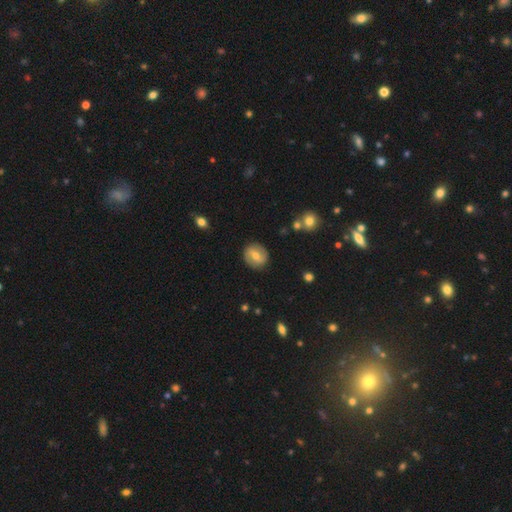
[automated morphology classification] Smooth or featured? Predicted: smooth (p=0.52). How rounded? Predicted: round (p=0.78). Merging? Predicted: none (p=0.87).